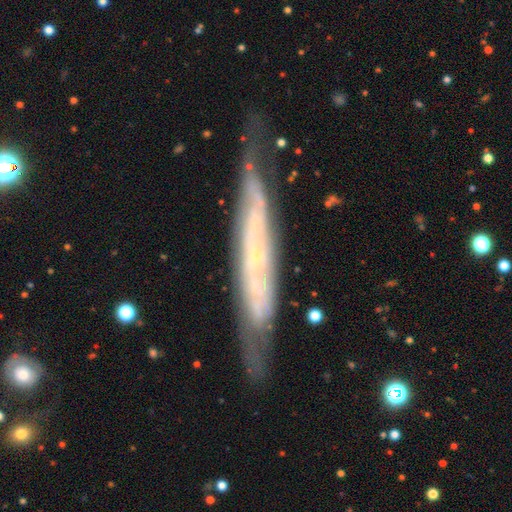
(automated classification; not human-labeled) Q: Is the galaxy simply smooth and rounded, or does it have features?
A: featured or disk — 78%.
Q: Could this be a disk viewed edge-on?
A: yes — 57%.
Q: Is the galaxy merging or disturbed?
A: none — 76%.